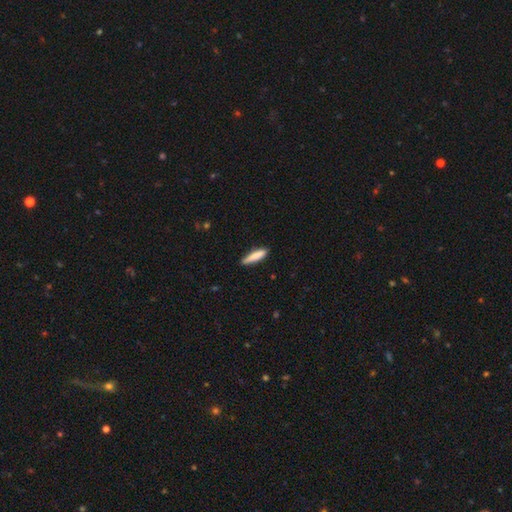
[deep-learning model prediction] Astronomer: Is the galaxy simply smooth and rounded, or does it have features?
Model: smooth — 83%.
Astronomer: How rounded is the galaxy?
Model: cigar-shaped — 81%.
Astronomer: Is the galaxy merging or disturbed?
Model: none — 81%.